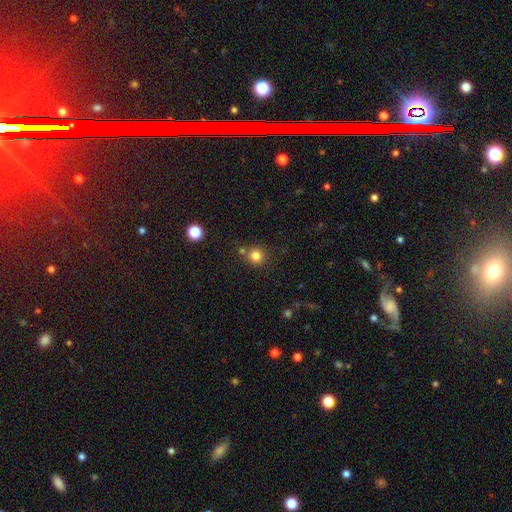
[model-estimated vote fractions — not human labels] Smooth or featured: smooth — 81% (star or artifact — 13%)
How rounded: round — 92% (in between — 7%)
Merging: none — 76% (merger — 13%)